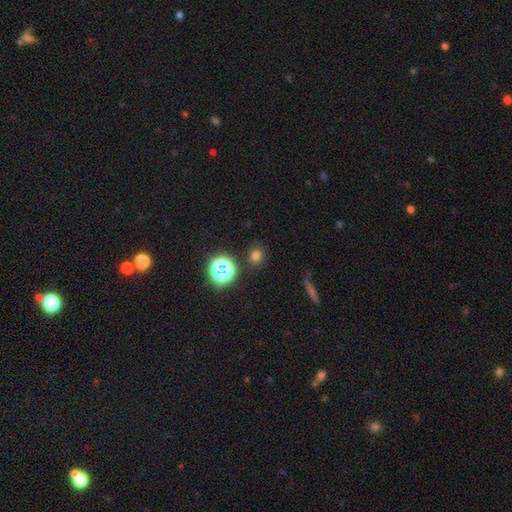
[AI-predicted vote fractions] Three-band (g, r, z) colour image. It shows a smooth galaxy with no disk features (70%) that is round (74%). Merging: none (84%).